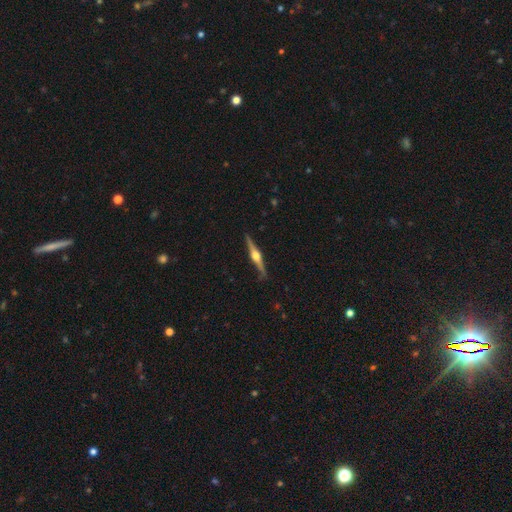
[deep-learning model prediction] Smooth or featured?
  - featured or disk: 83% *
  - smooth: 12%
  - star or artifact: 5%
Edge-on disk?
  - yes: 98% *
  - no: 2%
Edge-on bulge?
  - rounded: 95% *
  - boxy: 3%
  - none: 2%
Merging?
  - none: 88% *
  - minor disturbance: 9%
  - major disturbance: 2%
  - merger: 1%